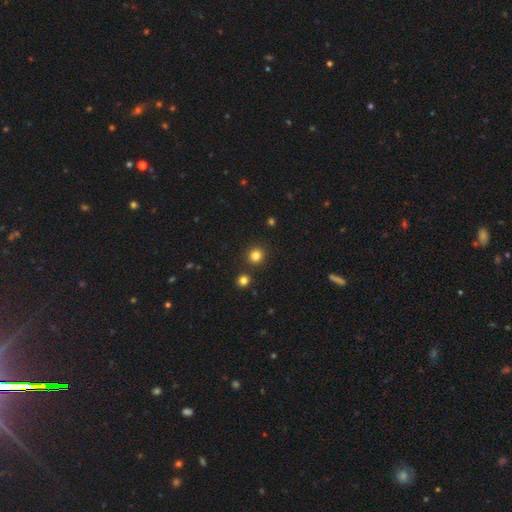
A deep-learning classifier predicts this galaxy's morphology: Smooth or featured? smooth (82%)
How rounded? round (92%)
Merging? none (88%)